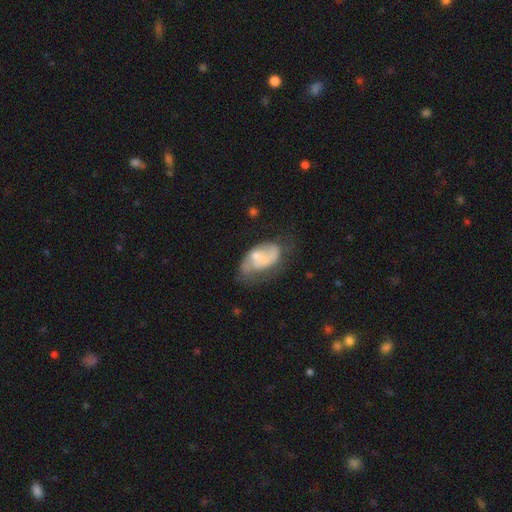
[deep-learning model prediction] A featured or disk galaxy (61%) with no bar (64%), spiral arms (78%) and a small central bulge (52%). Merging: none (47%).